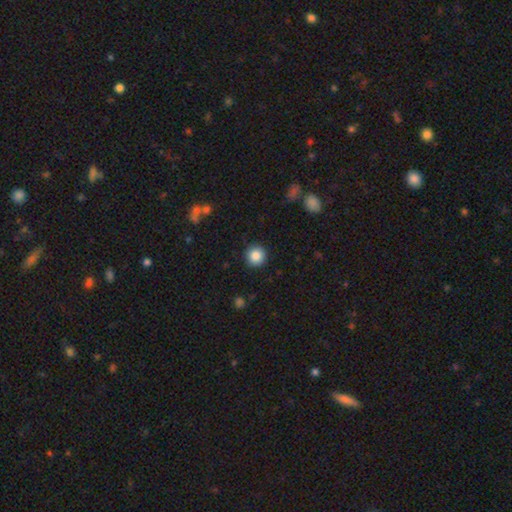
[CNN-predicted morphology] smooth 86%, star or artifact 9%, featured or disk 4%. Down the decision tree: how rounded — round (94%); merging — none (91%).